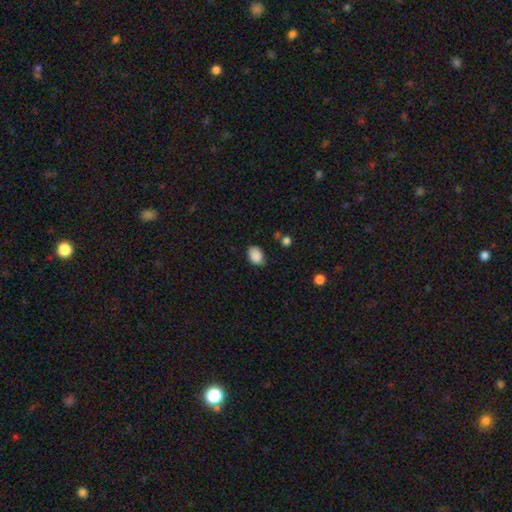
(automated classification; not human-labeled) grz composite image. It shows a smooth galaxy with no disk features (88%) that is in between round and cigar-shaped (71%). Merging: none (72%).